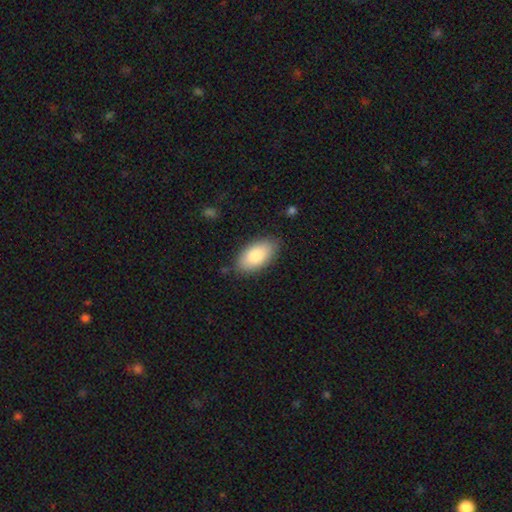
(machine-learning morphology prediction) smooth-or-featured: smooth: 83% | featured or disk: 11% | star or artifact: 6%
  how-rounded: in between: 94% | round: 3% | cigar-shaped: 3%
  merging: none: 84% | minor disturbance: 12% | major disturbance: 3% | merger: 1%